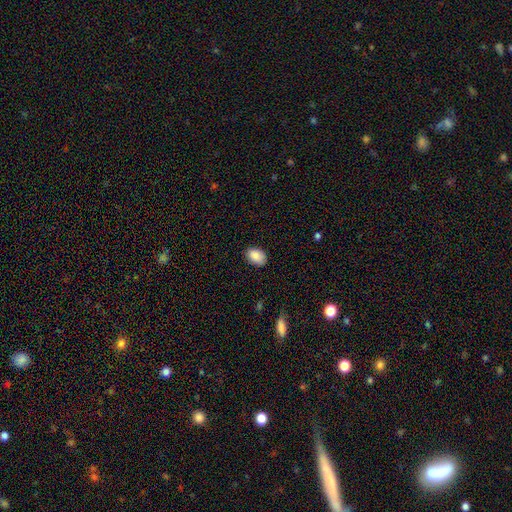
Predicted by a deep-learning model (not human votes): Smooth or featured: smooth — 88% (star or artifact — 7%)
How rounded: in between — 86% (round — 13%)
Merging: none — 83% (minor disturbance — 13%)